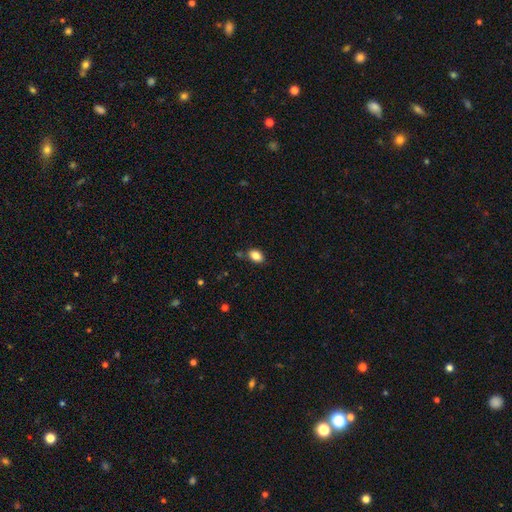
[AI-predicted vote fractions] A smooth galaxy with no disk features (86%) that is in between round and cigar-shaped (86%). Merging: none (81%).